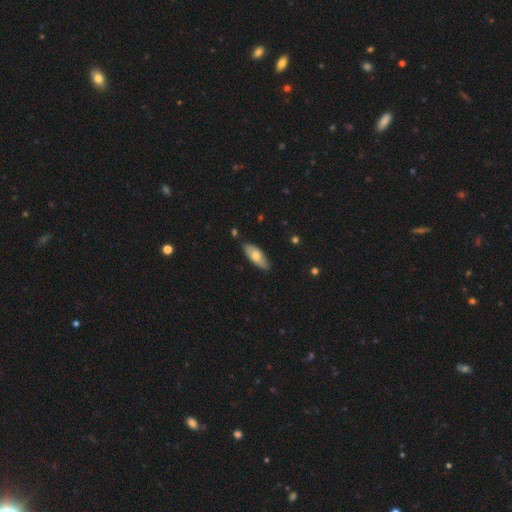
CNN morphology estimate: Smooth or featured? Predicted: smooth (p=0.68). How rounded? Predicted: in between (p=0.78). Merging? Predicted: none (p=0.84).